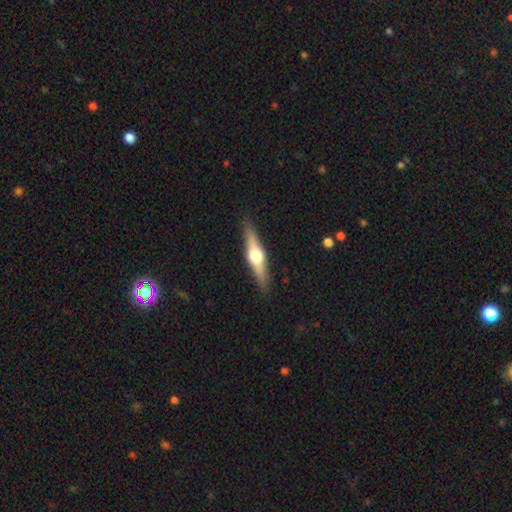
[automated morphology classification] featured or disk 65%, smooth 30%, star or artifact 5%. Down the decision tree: edge-on disk — yes (96%); edge-on bulge — rounded (95%); merging — none (88%).